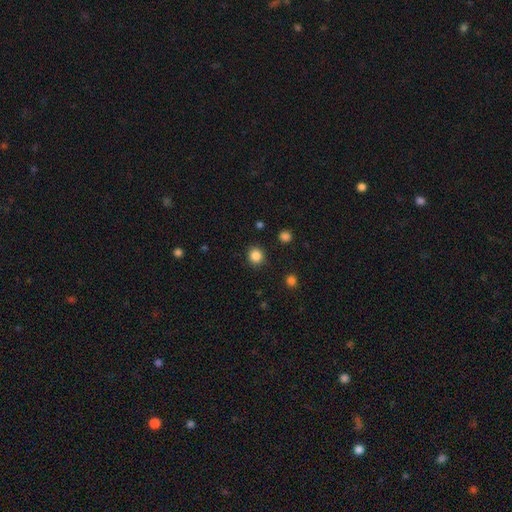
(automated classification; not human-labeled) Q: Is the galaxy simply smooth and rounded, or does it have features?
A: smooth — 85%.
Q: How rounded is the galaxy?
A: round — 88%.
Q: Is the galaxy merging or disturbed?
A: none — 90%.